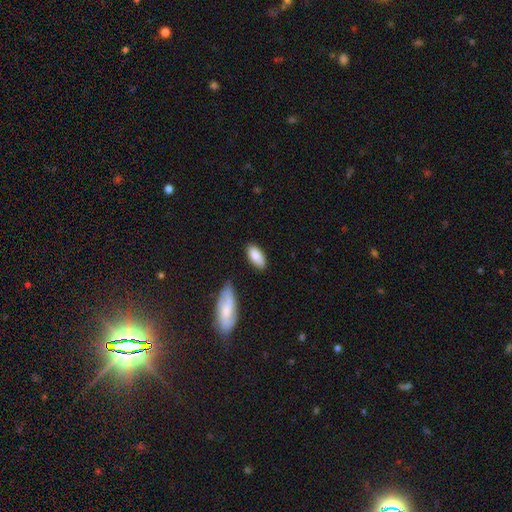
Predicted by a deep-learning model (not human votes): Smooth or featured? Predicted: smooth (p=0.85). How rounded? Predicted: in between (p=0.89). Merging? Predicted: none (p=0.77).